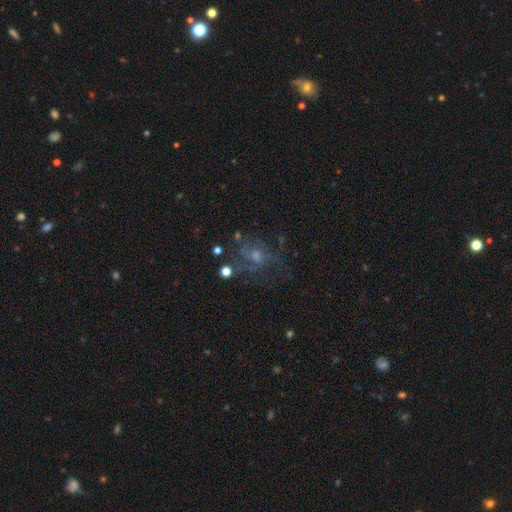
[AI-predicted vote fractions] This appears to be a featured or disk galaxy (53%) with no bar (72%), spiral arms (60%) and a moderate central bulge (42%). Merging: none (55%).